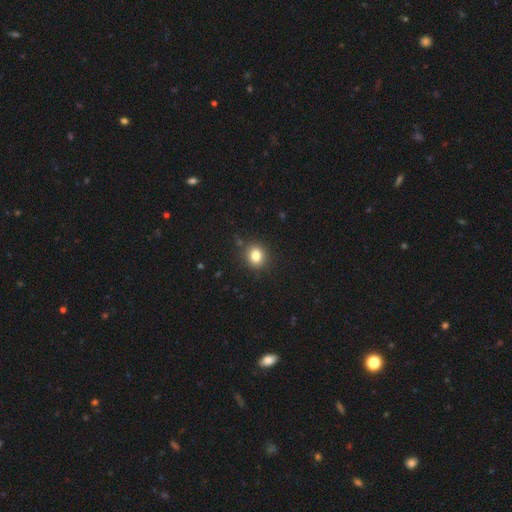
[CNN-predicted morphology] This appears to be a smooth galaxy with no disk features (81%) that is round (79%). Merging: none (88%).